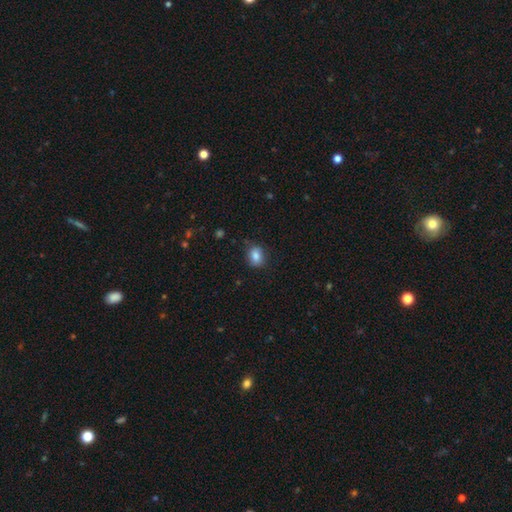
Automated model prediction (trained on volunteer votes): smooth_or_featured: smooth (p=0.84) [alt: star or artifact p=0.09]
how_rounded: in between (p=0.54) [alt: round p=0.45]
merging: none (p=0.80) [alt: minor disturbance p=0.15]